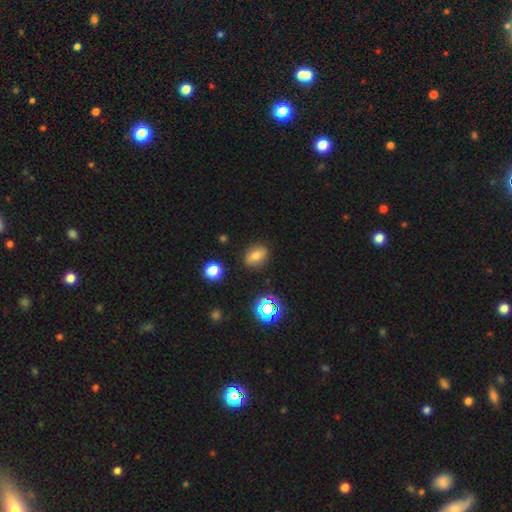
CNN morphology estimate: A smooth galaxy with no disk features (70%) that is in between round and cigar-shaped (64%).

Vote fractions:
- Smooth or featured? smooth: 70% / star or artifact: 17% / featured or disk: 13%
- How rounded? in between: 64% / round: 34% / cigar-shaped: 2%
- Merging? none: 84% / minor disturbance: 11% / major disturbance: 3% / merger: 2%